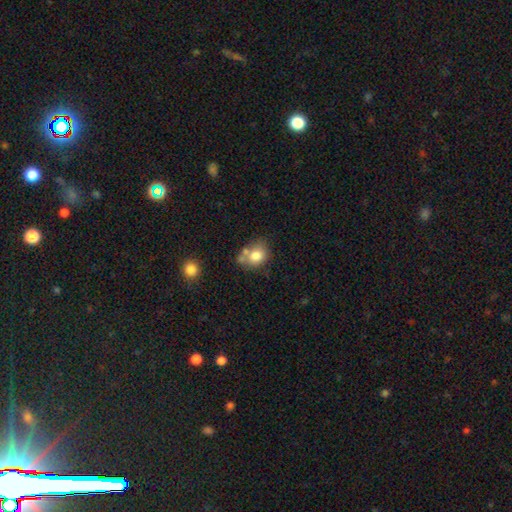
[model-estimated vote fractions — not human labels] Overall: smooth (76%). How rounded: round (53%; in between 46%). Merging: none (44%; merger 29%).